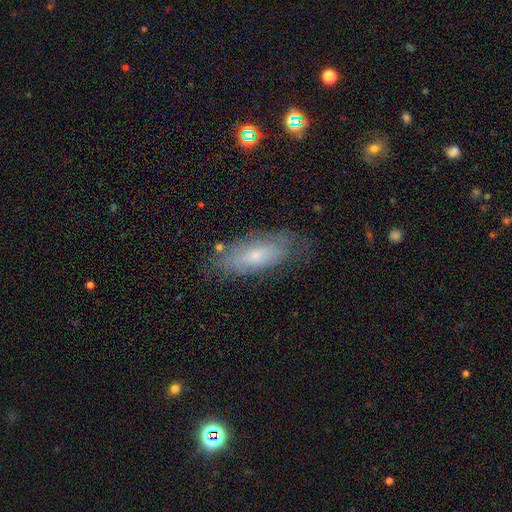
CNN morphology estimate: Smooth or featured: smooth — 48% (featured or disk — 44%)
Merging: none — 70% (minor disturbance — 21%)